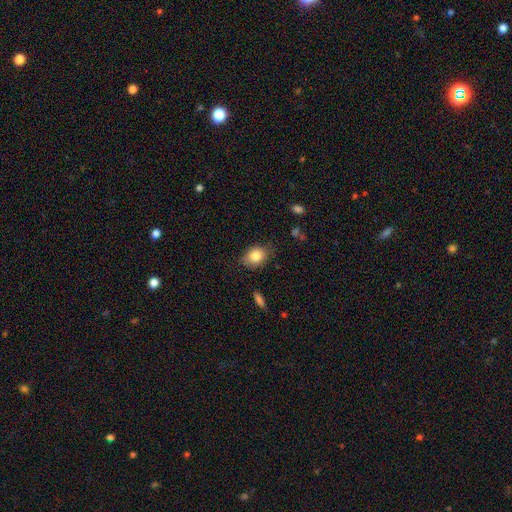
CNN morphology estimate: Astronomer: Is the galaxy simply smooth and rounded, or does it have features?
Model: smooth — 82%.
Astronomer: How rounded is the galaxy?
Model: in between — 66%.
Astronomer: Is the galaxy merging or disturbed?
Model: none — 76%.